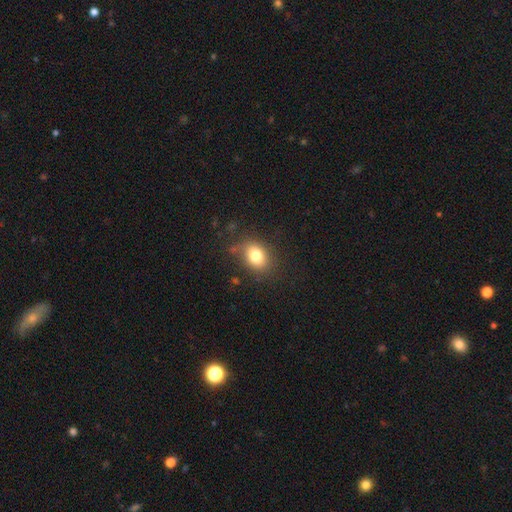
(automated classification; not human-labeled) smooth-or-featured: smooth: 79% | star or artifact: 11% | featured or disk: 10%
  how-rounded: in between: 62% | round: 37% | cigar-shaped: 1%
  merging: none: 77% | minor disturbance: 16% | major disturbance: 5% | merger: 2%